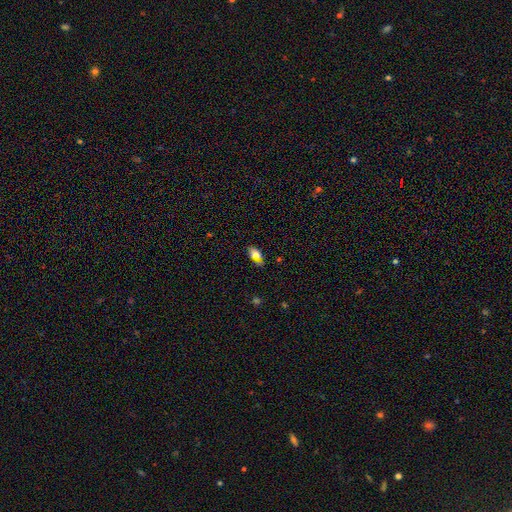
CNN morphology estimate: Smooth or featured: smooth — 74% (featured or disk — 16%)
How rounded: in between — 89% (round — 6%)
Merging: none — 73% (minor disturbance — 18%)